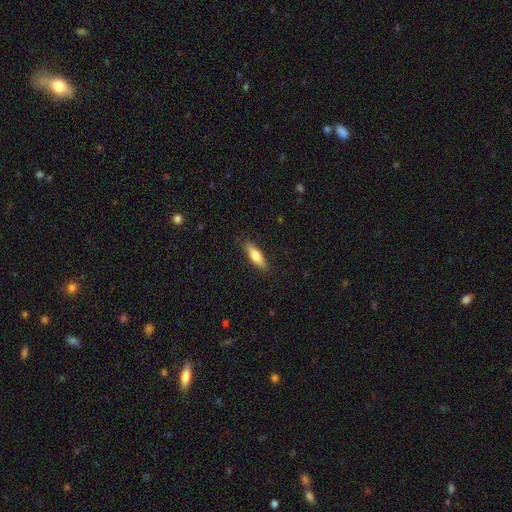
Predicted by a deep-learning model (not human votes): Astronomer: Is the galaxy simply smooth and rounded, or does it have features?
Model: smooth — 75%.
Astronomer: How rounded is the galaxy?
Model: in between — 51% (runner-up: cigar-shaped, 47%).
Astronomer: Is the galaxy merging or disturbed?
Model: none — 86%.